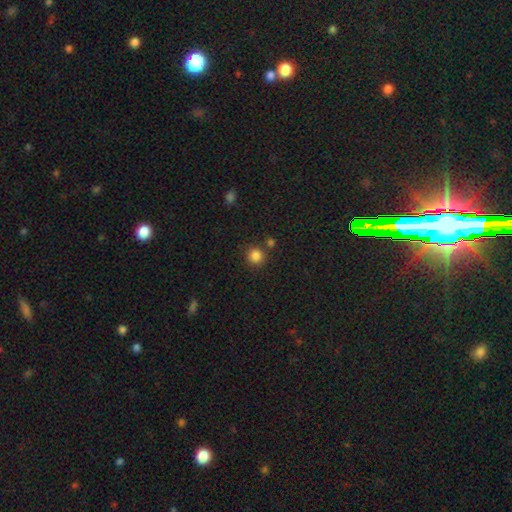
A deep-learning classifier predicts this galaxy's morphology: This is clearly a smooth galaxy (84%). How rounded: clearly round (93%). Merging: clearly none (81%).